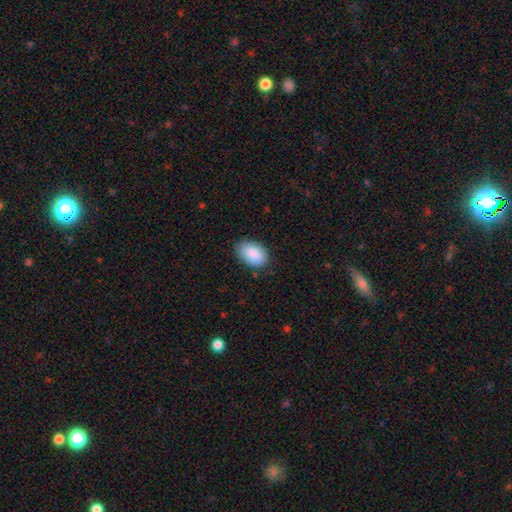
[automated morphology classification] Smooth or featured? Predicted: smooth (p=0.88). How rounded? Predicted: in between (p=0.92). Merging? Predicted: none (p=0.82).